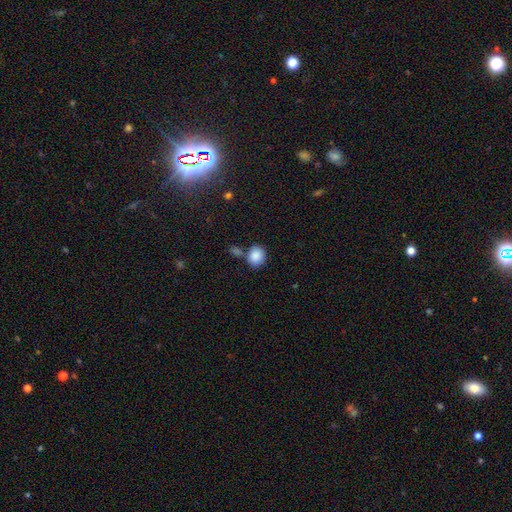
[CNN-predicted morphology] Smooth or featured? smooth (88%)
How rounded? round (69%)
Merging? none (65%)